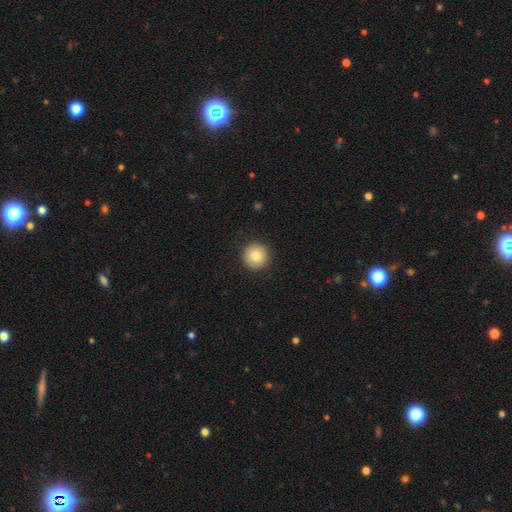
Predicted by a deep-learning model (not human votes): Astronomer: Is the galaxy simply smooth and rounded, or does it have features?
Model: smooth — 83%.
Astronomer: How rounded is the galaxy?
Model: round — 95%.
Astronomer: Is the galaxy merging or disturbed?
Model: none — 92%.